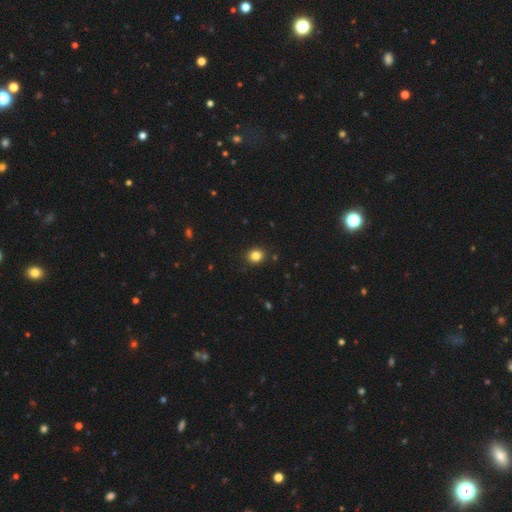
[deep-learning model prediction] Smooth or featured? Predicted: smooth (p=0.83). How rounded? Predicted: round (p=0.74). Merging? Predicted: none (p=0.90).